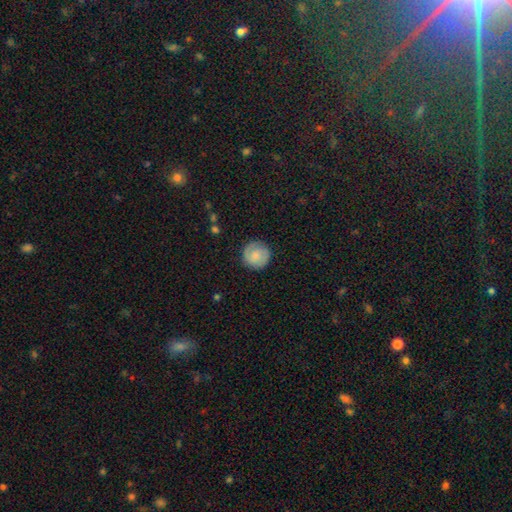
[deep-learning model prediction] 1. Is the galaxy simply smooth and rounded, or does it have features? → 49% smooth, 44% featured or disk, 7% star or artifact.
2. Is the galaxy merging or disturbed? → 86% none, 10% minor disturbance, 3% major disturbance, 1% merger.